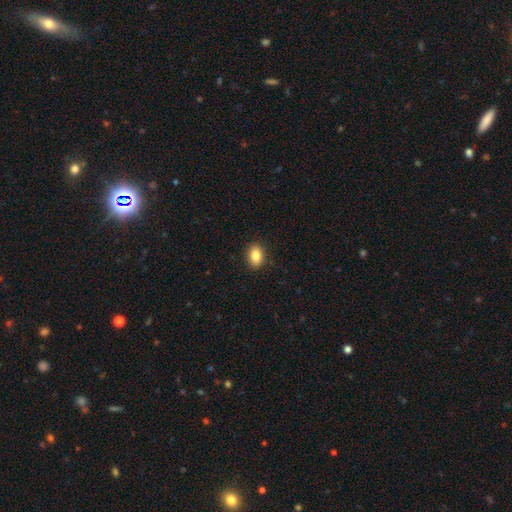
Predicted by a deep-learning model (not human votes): Smooth or featured? smooth (85%)
How rounded? in between (80%)
Merging? none (90%)